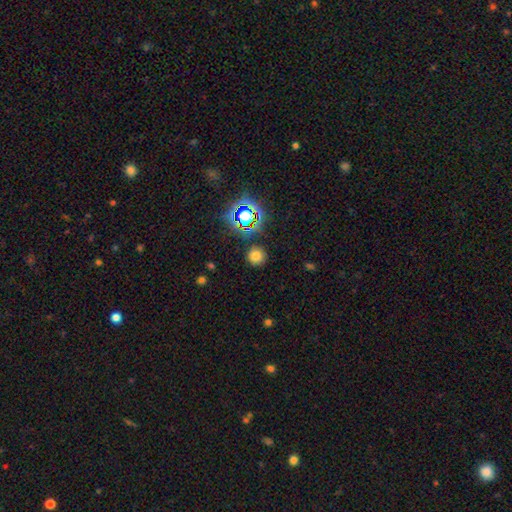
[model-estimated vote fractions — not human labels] Smooth or featured: smooth — 73% (star or artifact — 21%)
How rounded: round — 94% (in between — 5%)
Merging: none — 88% (minor disturbance — 7%)